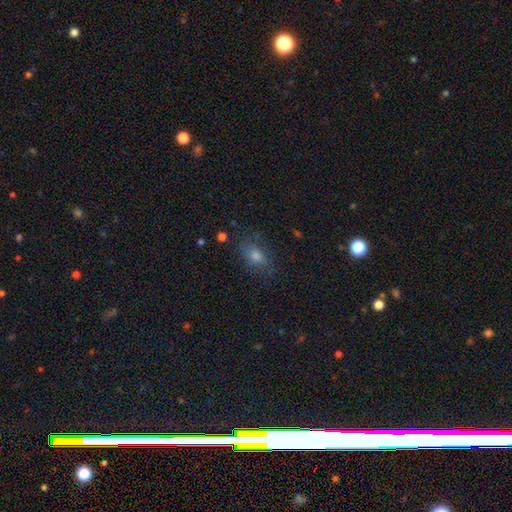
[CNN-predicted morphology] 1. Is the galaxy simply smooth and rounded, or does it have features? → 58% smooth, 22% star or artifact, 20% featured or disk.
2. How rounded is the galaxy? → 73% in between, 23% round, 4% cigar-shaped.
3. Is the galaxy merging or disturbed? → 73% none, 17% minor disturbance, 8% major disturbance, 2% merger.